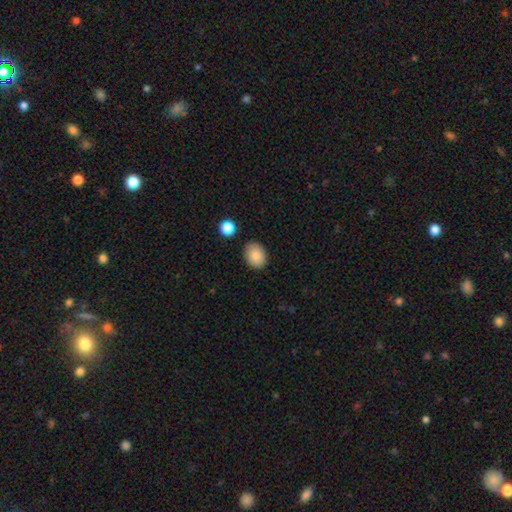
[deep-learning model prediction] Morphology: type=smooth (86%); roundness=in between (65%); merging=none (85%).